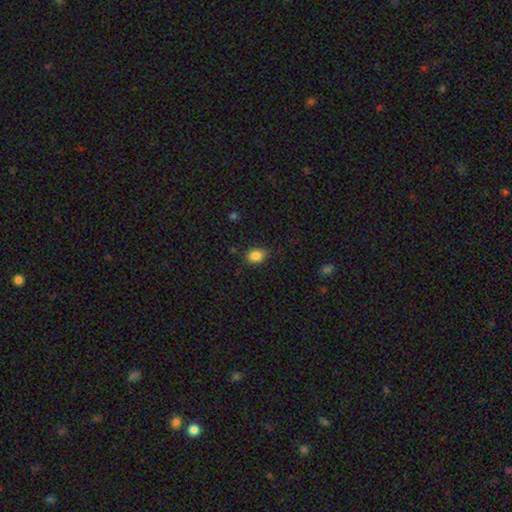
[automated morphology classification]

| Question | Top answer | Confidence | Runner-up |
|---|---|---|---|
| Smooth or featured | smooth | 85% | star or artifact (10%) |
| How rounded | in between | 66% | round (32%) |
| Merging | none | 82% | minor disturbance (14%) |